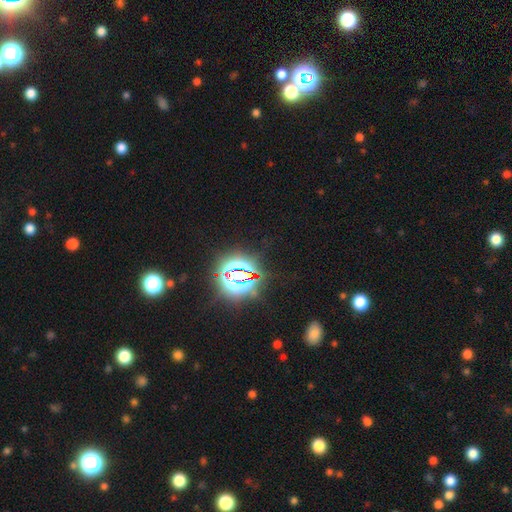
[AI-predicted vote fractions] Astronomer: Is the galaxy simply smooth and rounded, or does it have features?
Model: star or artifact — 79%.